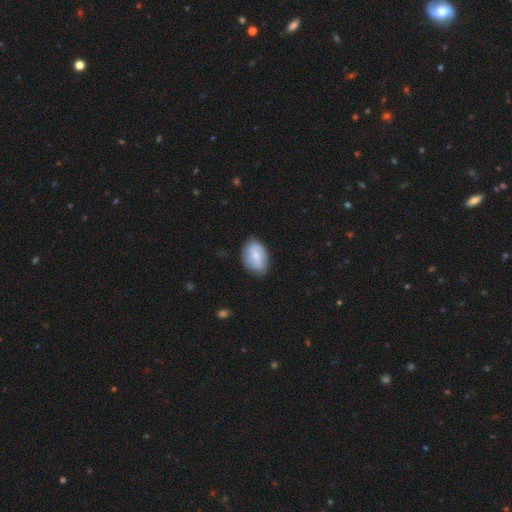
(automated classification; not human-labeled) Smooth or featured? smooth (59%)
How rounded? in between (83%)
Merging? none (76%)